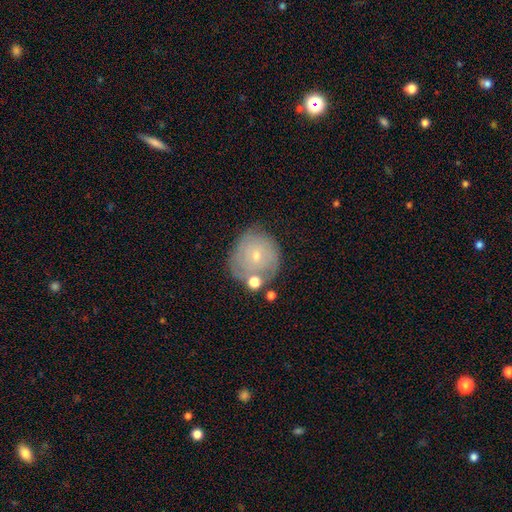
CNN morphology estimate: The model was most divided on "smooth or featured": featured or disk: 54%, smooth: 38%, star or artifact: 9%. More confident: edge-on disk — no (97%); bar — no (80%); spiral arms — yes (70%); bulge size — small (70%); merging — none (62%).